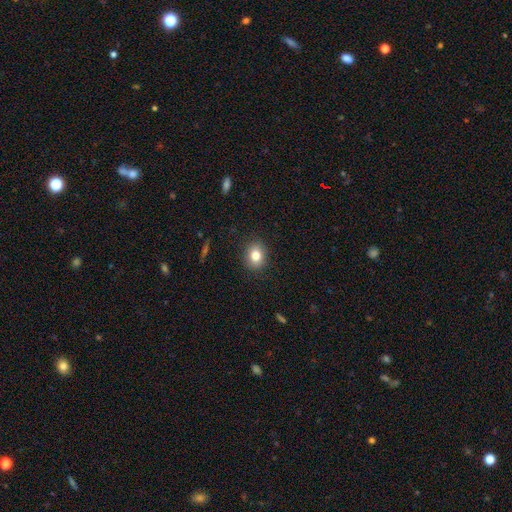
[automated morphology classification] type=smooth (81%); roundness=round (51%); merging=none (89%).